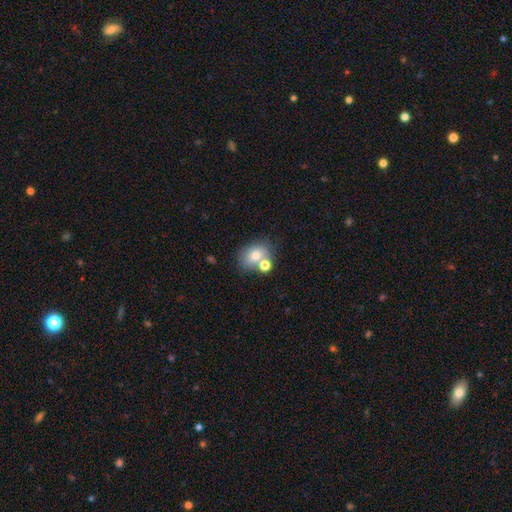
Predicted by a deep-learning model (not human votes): This appears to be a smooth galaxy with no disk features (72%) that is in between round and cigar-shaped (52%). Merging: none (54%).